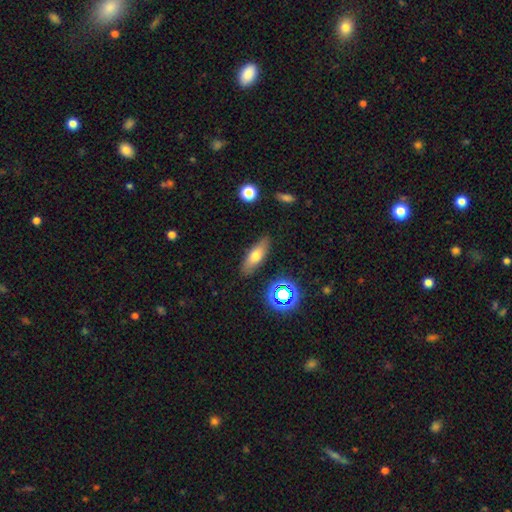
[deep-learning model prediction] Morphology: type=smooth (64%); roundness=in between (60%); merging=none (85%).